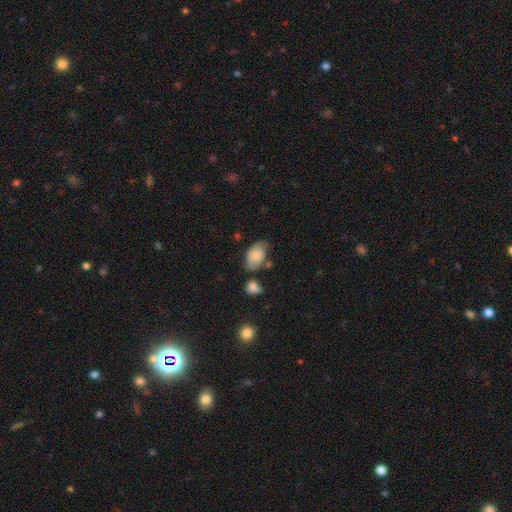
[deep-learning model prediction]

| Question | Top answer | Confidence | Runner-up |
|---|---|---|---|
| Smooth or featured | smooth | 75% | featured or disk (18%) |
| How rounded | in between | 90% | round (9%) |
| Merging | none | 56% | minor disturbance (27%) |